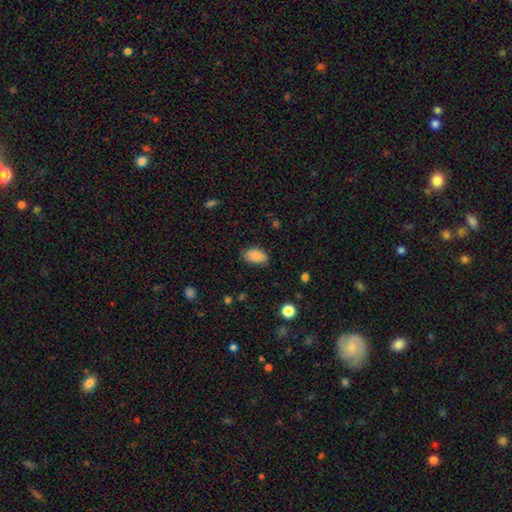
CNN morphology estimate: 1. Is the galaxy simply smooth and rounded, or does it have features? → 82% smooth, 10% featured or disk, 8% star or artifact.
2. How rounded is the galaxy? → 93% in between, 6% round, 2% cigar-shaped.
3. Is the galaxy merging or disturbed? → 77% none, 18% minor disturbance, 3% major disturbance, 1% merger.